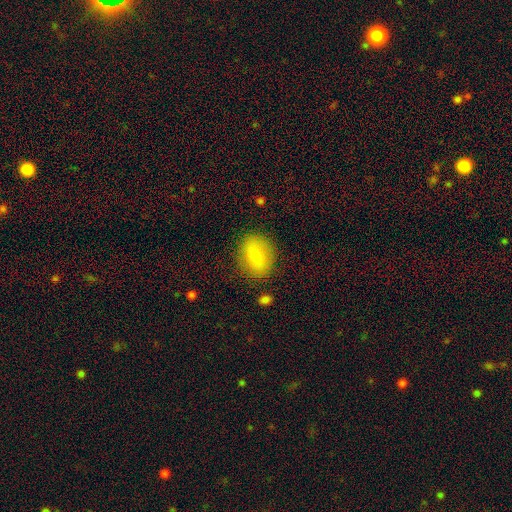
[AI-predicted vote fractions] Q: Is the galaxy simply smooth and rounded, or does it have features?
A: smooth — 73%.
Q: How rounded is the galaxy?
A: in between — 52%.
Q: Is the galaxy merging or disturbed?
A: none — 84%.